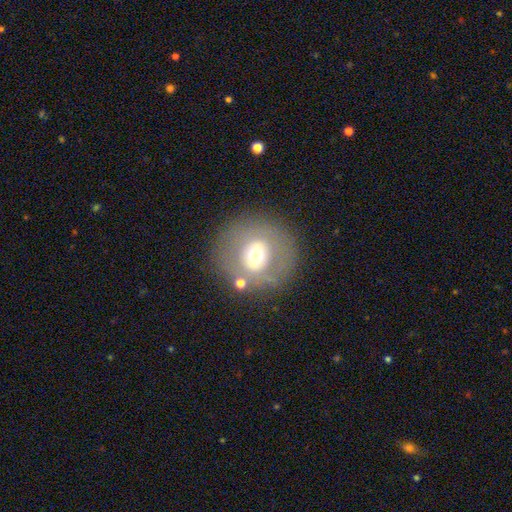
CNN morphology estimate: Overall: smooth (52%; featured or disk 36%). How rounded: round (91%). Merging: none (79%).